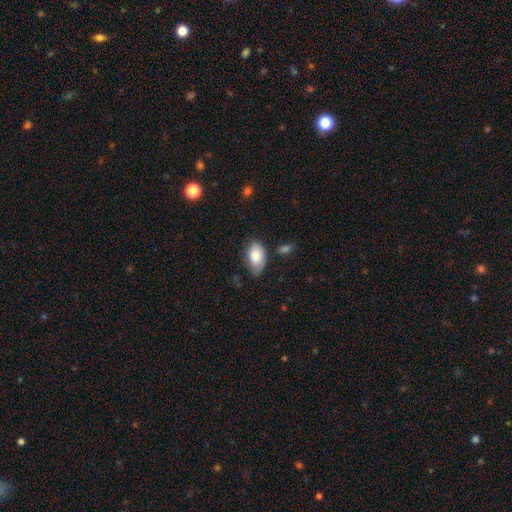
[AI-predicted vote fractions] Smooth or featured?
  - smooth: 80% *
  - featured or disk: 13%
  - star or artifact: 7%
How rounded?
  - in between: 93% *
  - round: 6%
  - cigar-shaped: 1%
Merging?
  - none: 61% *
  - minor disturbance: 29%
  - major disturbance: 6%
  - merger: 4%